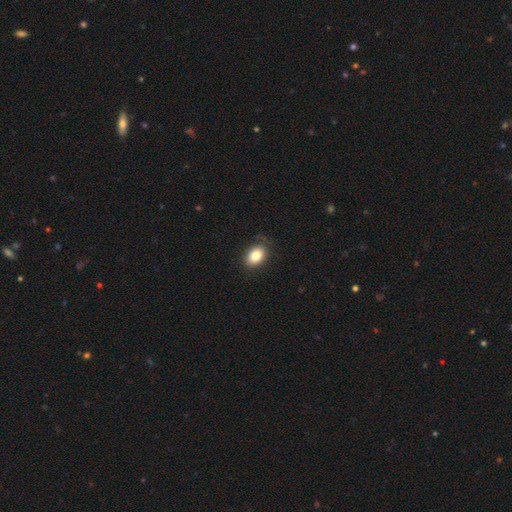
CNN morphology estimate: smooth-or-featured: smooth: 85% | star or artifact: 8% | featured or disk: 7%
  how-rounded: in between: 83% | round: 16% | cigar-shaped: 1%
  merging: none: 84% | minor disturbance: 12% | major disturbance: 3% | merger: 1%